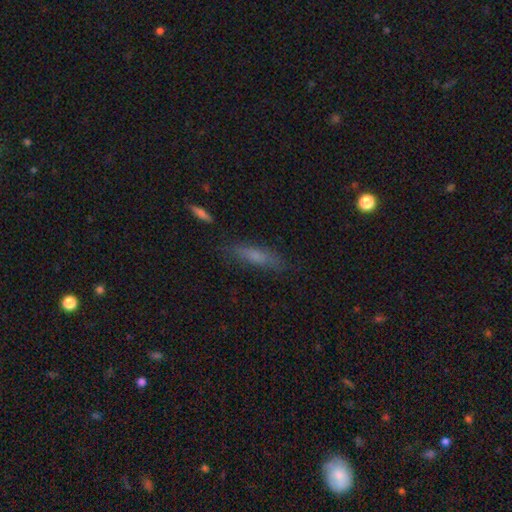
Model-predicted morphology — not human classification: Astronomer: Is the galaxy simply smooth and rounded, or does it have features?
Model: smooth — 66%.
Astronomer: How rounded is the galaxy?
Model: cigar-shaped — 70%.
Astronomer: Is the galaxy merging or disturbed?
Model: none — 80%.